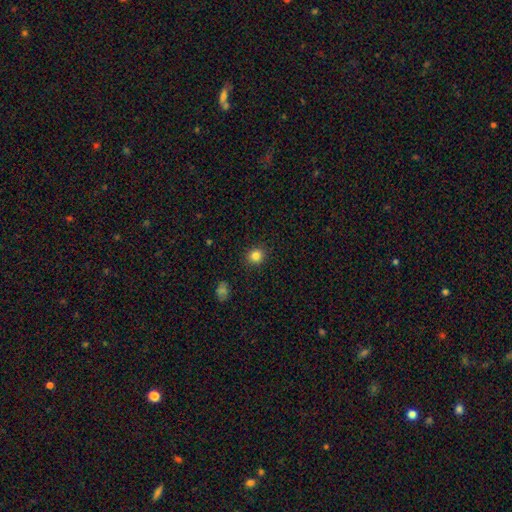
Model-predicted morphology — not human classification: smooth 84%, star or artifact 12%, featured or disk 5%. Down the decision tree: how rounded — round (88%); merging — none (91%).